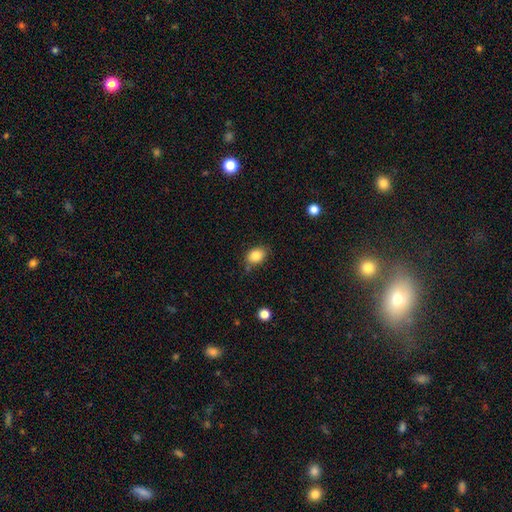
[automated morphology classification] Smooth or featured: smooth — 86% (star or artifact — 9%)
How rounded: in between — 73% (round — 26%)
Merging: none — 76% (minor disturbance — 17%)